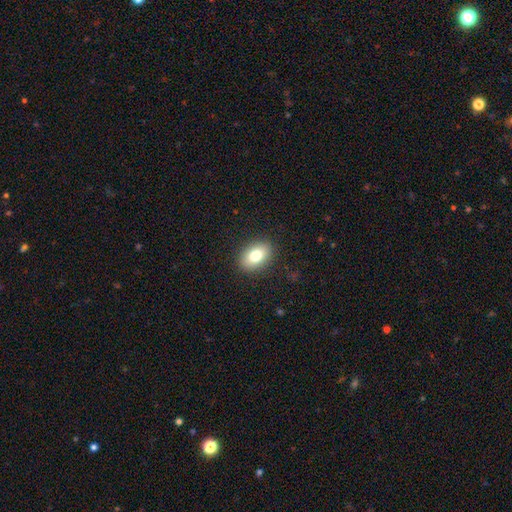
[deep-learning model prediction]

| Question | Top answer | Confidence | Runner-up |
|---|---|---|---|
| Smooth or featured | smooth | 80% | featured or disk (12%) |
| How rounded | in between | 83% | round (16%) |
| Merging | none | 89% | minor disturbance (8%) |